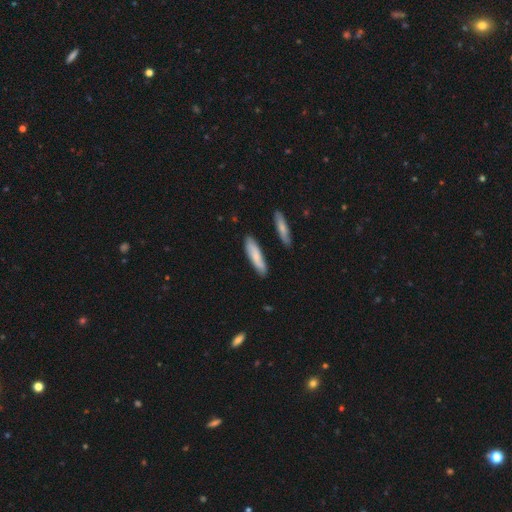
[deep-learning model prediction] Q: Smooth or featured?
A: smooth (73%); runner-up: featured or disk (21%)
Q: How rounded?
A: cigar-shaped (70%); runner-up: in between (28%)
Q: Merging?
A: none (83%); runner-up: minor disturbance (12%)